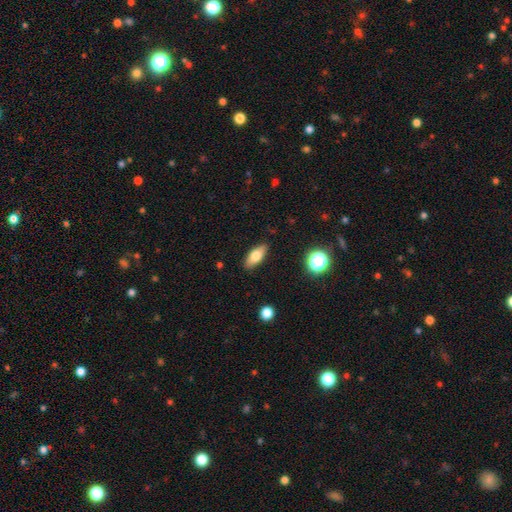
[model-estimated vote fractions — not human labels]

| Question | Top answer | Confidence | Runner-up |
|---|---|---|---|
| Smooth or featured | smooth | 73% | featured or disk (19%) |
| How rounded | in between | 79% | cigar-shaped (17%) |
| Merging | none | 87% | minor disturbance (9%) |